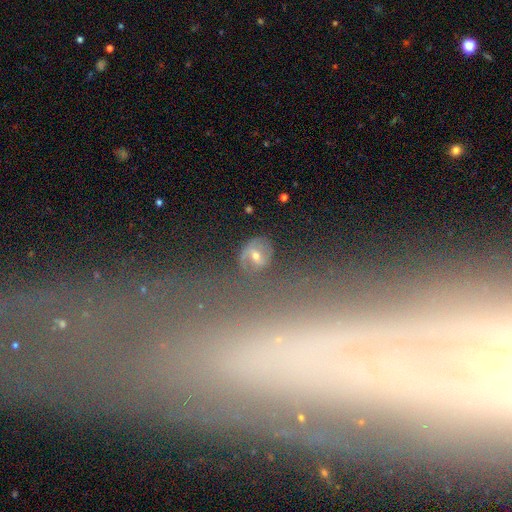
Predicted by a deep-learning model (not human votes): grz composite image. It shows a featured or disk galaxy (68%) with a weak bar (44%), 2 (73%) medium (45%) spiral arms (84%) and a moderate central bulge (55%). Merging: none (70%).